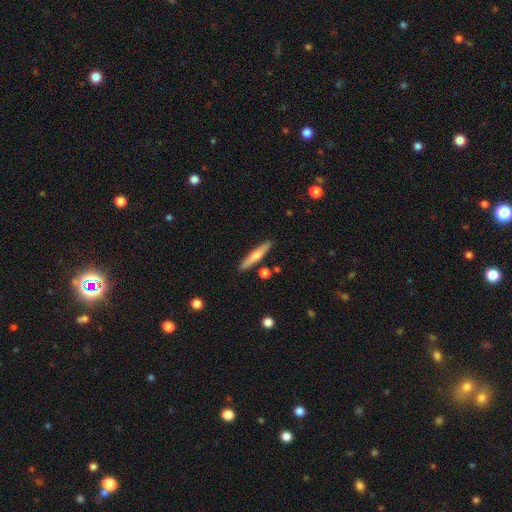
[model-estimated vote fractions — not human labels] Morphology: type=smooth (60%); roundness=cigar-shaped (90%); merging=none (87%).